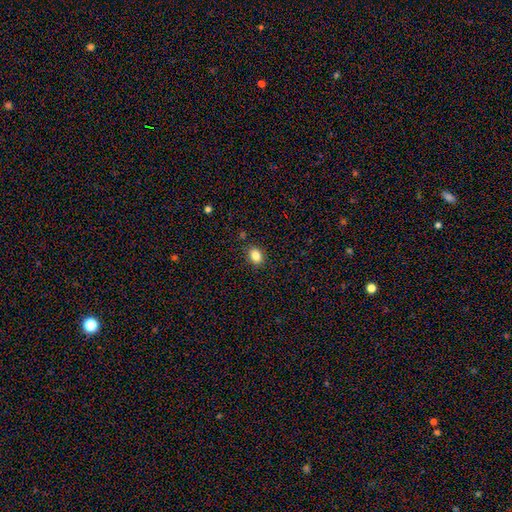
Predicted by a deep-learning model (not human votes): Smooth or featured: smooth — 84% (star or artifact — 10%)
How rounded: in between — 68% (round — 31%)
Merging: none — 87% (minor disturbance — 9%)